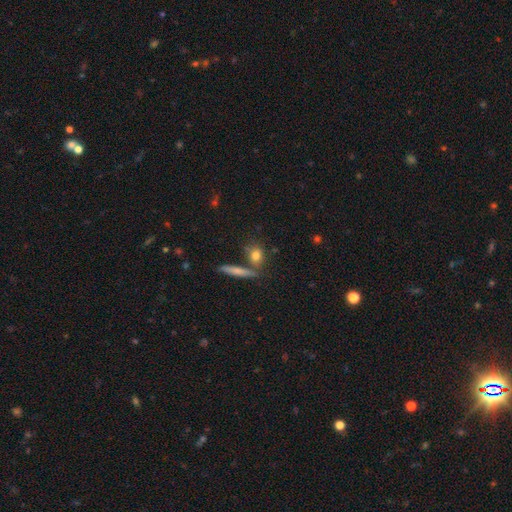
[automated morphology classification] This is likely a smooth galaxy (77%). How rounded: marginally round (43%). Merging: likely none (66%).